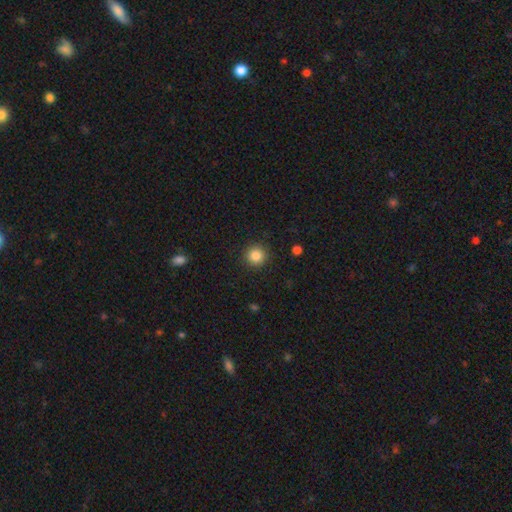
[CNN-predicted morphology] Overall: smooth (85%). How rounded: round (94%). Merging: none (90%).